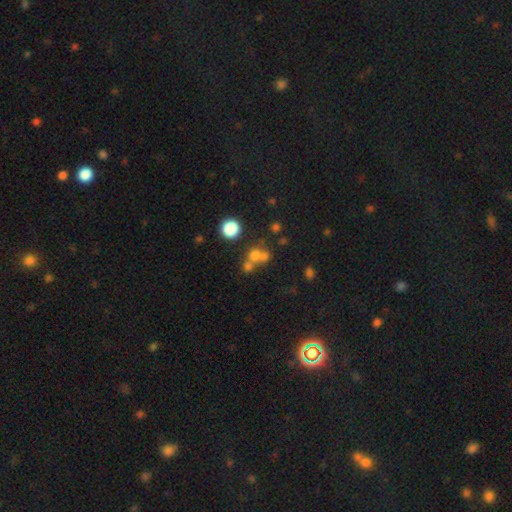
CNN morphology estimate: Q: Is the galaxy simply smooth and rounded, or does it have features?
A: smooth — 60%.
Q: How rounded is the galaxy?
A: round — 82%.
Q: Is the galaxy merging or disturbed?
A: merger — 45%.